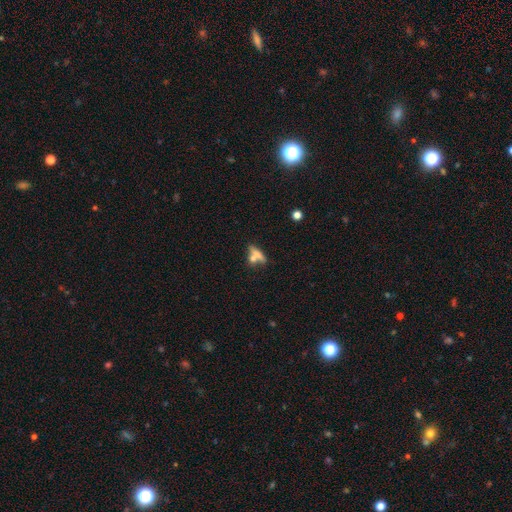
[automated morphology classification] smooth 59%, featured or disk 31%, star or artifact 10%. Down the decision tree: how rounded — cigar-shaped (51%); merging — none (41%, tied with merger).